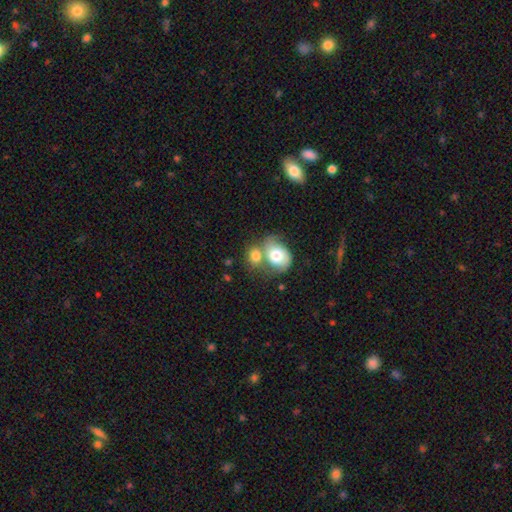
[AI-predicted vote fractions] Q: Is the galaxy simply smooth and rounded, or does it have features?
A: smooth — 73%.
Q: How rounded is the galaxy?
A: in between — 57%.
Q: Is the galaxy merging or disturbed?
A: merger — 57%.